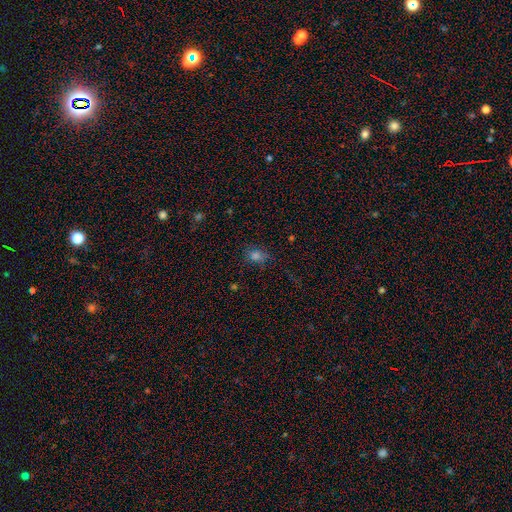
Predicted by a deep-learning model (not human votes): This is likely a smooth galaxy (70%). How rounded: possibly in between (51%). Merging: likely none (70%).